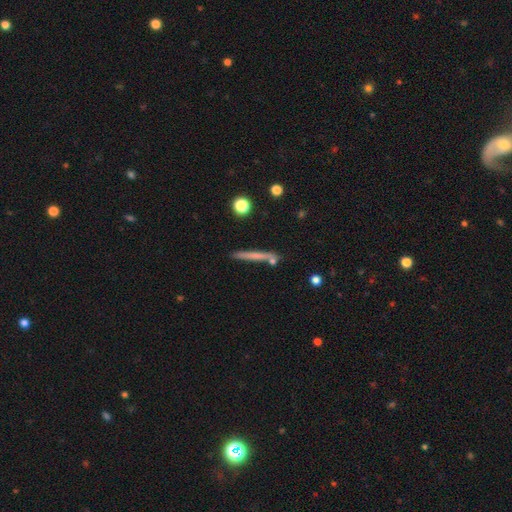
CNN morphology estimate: Smooth or featured?
  - smooth: 57% *
  - featured or disk: 35%
  - star or artifact: 7%
How rounded?
  - cigar-shaped: 95% *
  - in between: 3%
  - round: 2%
Merging?
  - none: 79% *
  - minor disturbance: 11%
  - merger: 8%
  - major disturbance: 3%